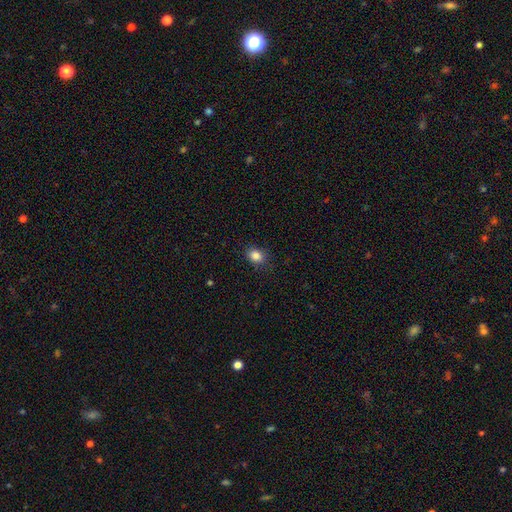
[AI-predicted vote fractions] smooth-or-featured: smooth: 86% | star or artifact: 10% | featured or disk: 4%
  how-rounded: in between: 53% | round: 46% | cigar-shaped: 1%
  merging: none: 84% | minor disturbance: 12% | major disturbance: 3% | merger: 1%